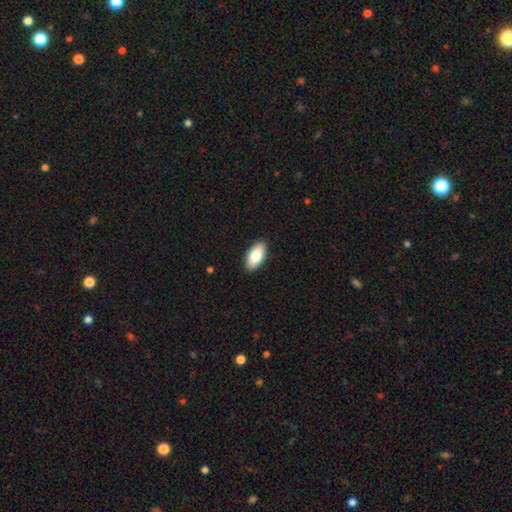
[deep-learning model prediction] Smooth or featured? smooth (83%)
How rounded? in between (93%)
Merging? none (89%)